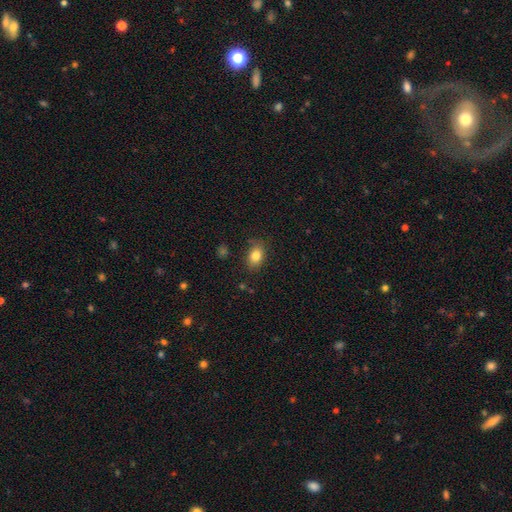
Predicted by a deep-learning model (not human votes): Smooth or featured? smooth (83%)
How rounded? in between (78%)
Merging? none (81%)